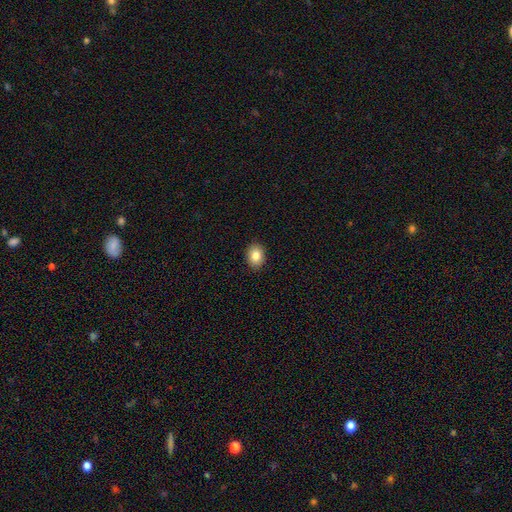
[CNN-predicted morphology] smooth-or-featured: smooth: 84% | star or artifact: 9% | featured or disk: 7%
  how-rounded: in between: 64% | round: 36% | cigar-shaped: 1%
  merging: none: 90% | minor disturbance: 7% | major disturbance: 2% | merger: 1%